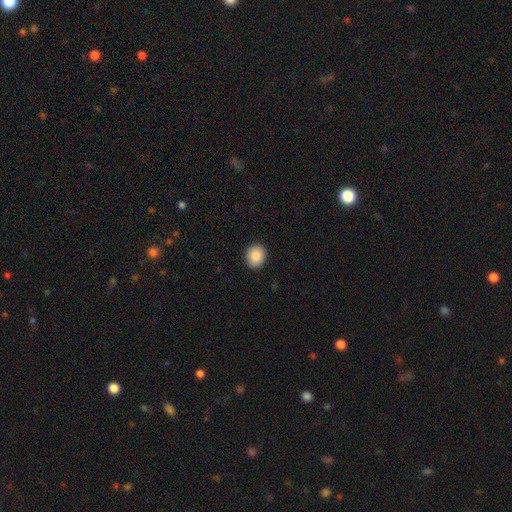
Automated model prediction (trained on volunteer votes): smooth_or_featured: smooth (p=0.90) [alt: star or artifact p=0.08]
how_rounded: round (p=0.74) [alt: in between p=0.25]
merging: none (p=0.91) [alt: minor disturbance p=0.06]